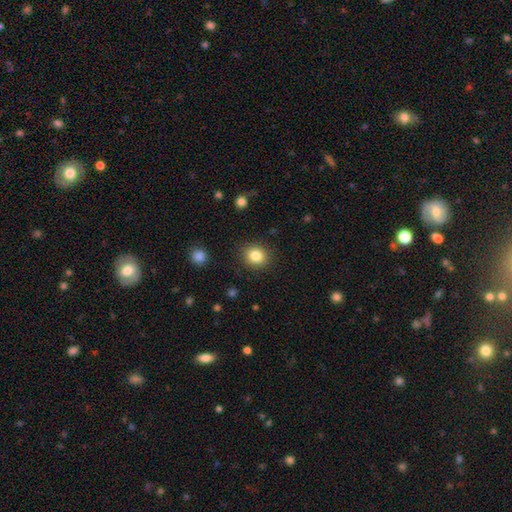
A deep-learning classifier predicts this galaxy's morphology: Smooth or featured: smooth — 83% (star or artifact — 11%)
How rounded: round — 77% (in between — 22%)
Merging: none — 88% (minor disturbance — 8%)